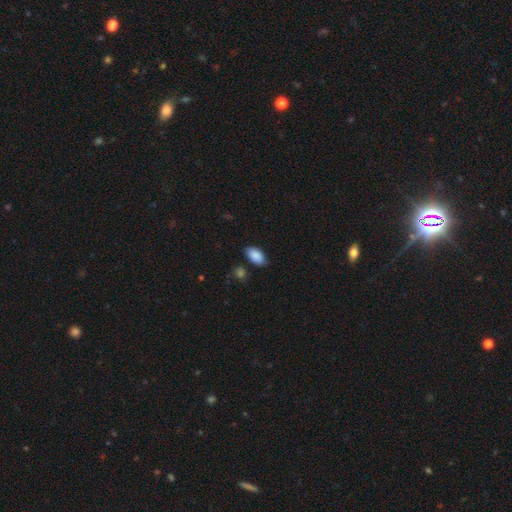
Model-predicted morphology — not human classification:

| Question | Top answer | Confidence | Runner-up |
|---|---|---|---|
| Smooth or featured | smooth | 89% | star or artifact (7%) |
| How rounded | in between | 94% | round (3%) |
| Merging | none | 80% | minor disturbance (14%) |